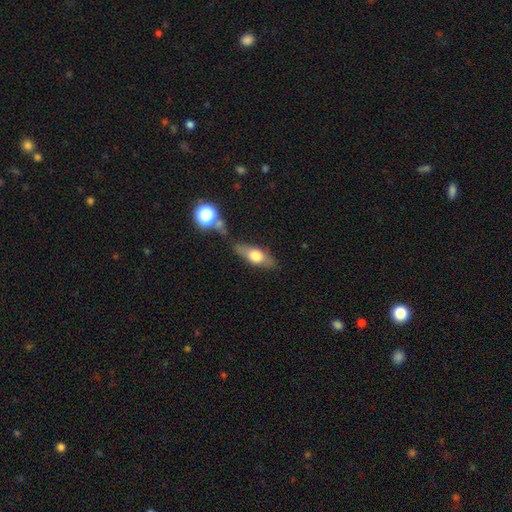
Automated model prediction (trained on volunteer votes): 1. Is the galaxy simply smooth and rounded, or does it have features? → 53% smooth, 39% featured or disk, 8% star or artifact.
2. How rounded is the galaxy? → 58% in between, 34% cigar-shaped, 9% round.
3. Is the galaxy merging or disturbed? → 63% none, 19% minor disturbance, 10% merger, 7% major disturbance.